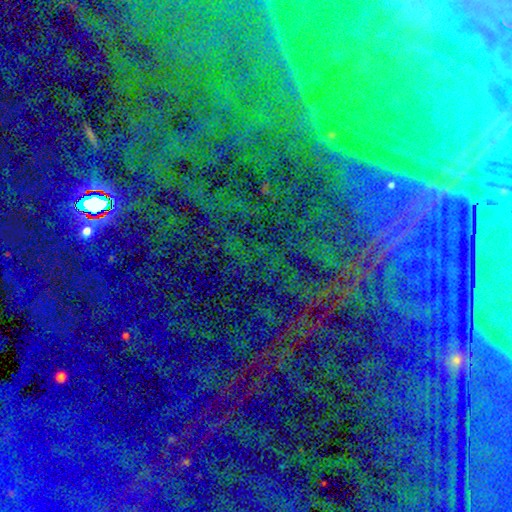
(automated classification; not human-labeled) A star or artifact, not a galaxy (84%).